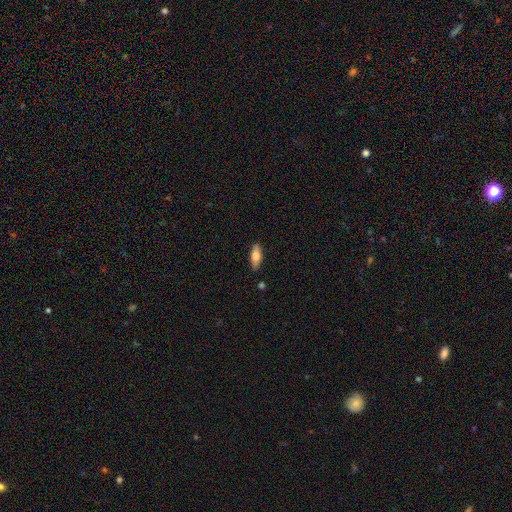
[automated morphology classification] Smooth or featured? Predicted: smooth (p=0.67). How rounded? Predicted: in between (p=0.68). Merging? Predicted: none (p=0.84).